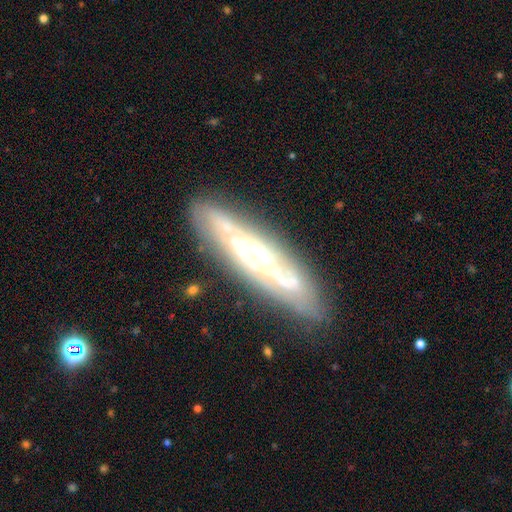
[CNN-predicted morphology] Q: Smooth or featured?
A: featured or disk (77%); runner-up: smooth (17%)
Q: Edge-on disk?
A: no (57%); runner-up: yes (43%)
Q: Merging?
A: none (77%); runner-up: minor disturbance (15%)